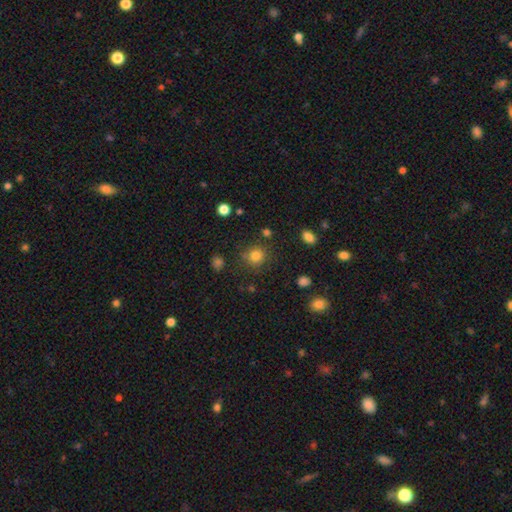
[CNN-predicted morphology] Smooth or featured? smooth (81%)
How rounded? round (89%)
Merging? none (80%)